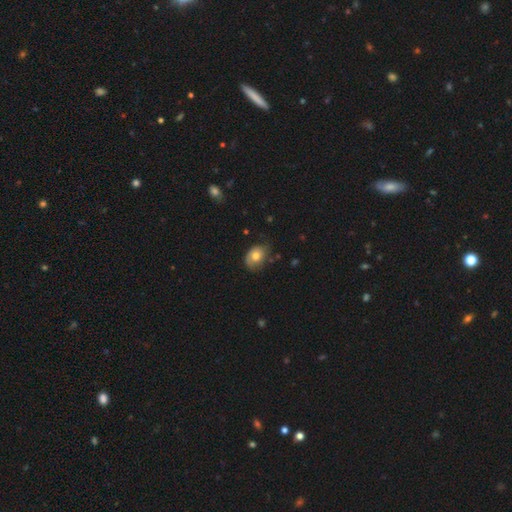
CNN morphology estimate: smooth_or_featured: smooth (p=0.68) [alt: featured or disk p=0.24]
how_rounded: in between (p=0.68) [alt: round p=0.31]
merging: none (p=0.60) [alt: minor disturbance p=0.30]